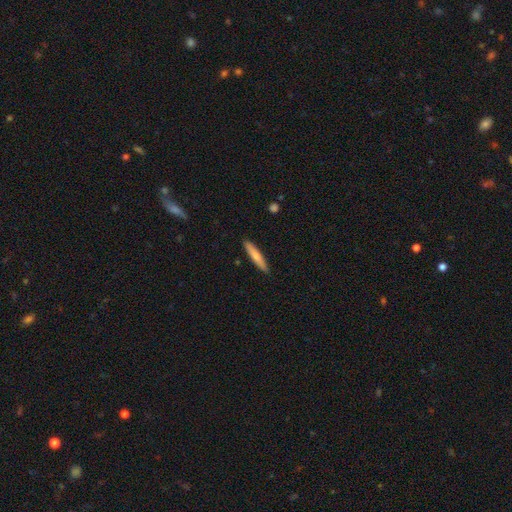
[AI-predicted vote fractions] A smooth galaxy with no disk features (70%) that is cigar-shaped (91%).

Vote fractions:
- Smooth or featured? smooth: 70% / featured or disk: 24% / star or artifact: 5%
- How rounded? cigar-shaped: 91% / in between: 8% / round: 1%
- Merging? none: 89% / minor disturbance: 8% / major disturbance: 1% / merger: 1%